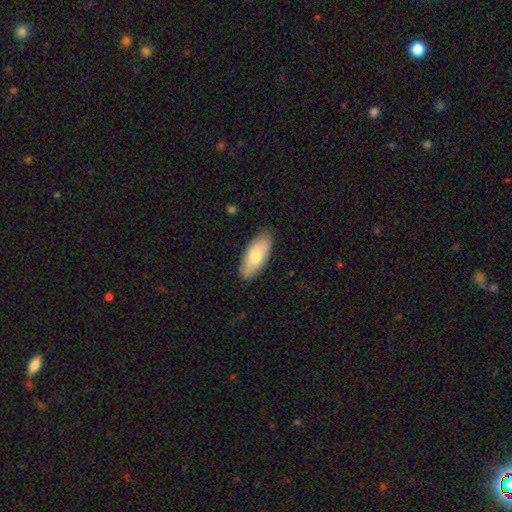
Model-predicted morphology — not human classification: This is likely a smooth galaxy (73%). How rounded: clearly in between (85%). Merging: clearly none (84%).